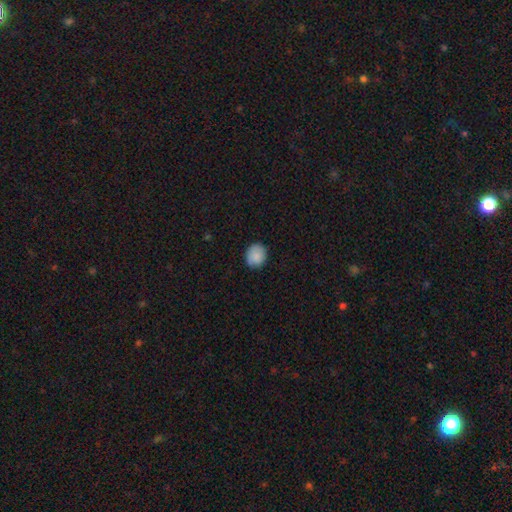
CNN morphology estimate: Smooth or featured: smooth — 87% (star or artifact — 8%)
How rounded: round — 72% (in between — 27%)
Merging: none — 84% (minor disturbance — 13%)